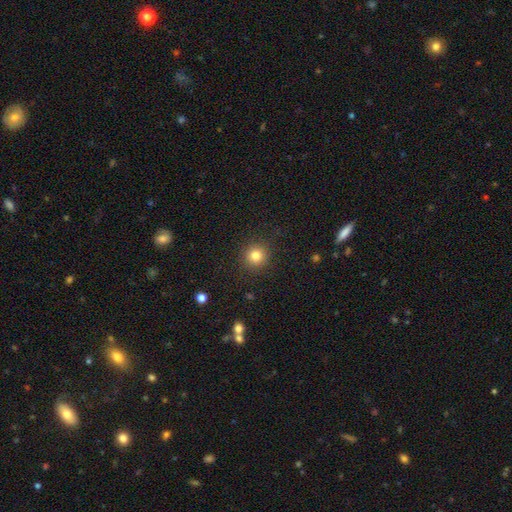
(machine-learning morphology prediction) This appears to be a smooth galaxy with no disk features (82%) that is round (93%). Merging: none (90%).